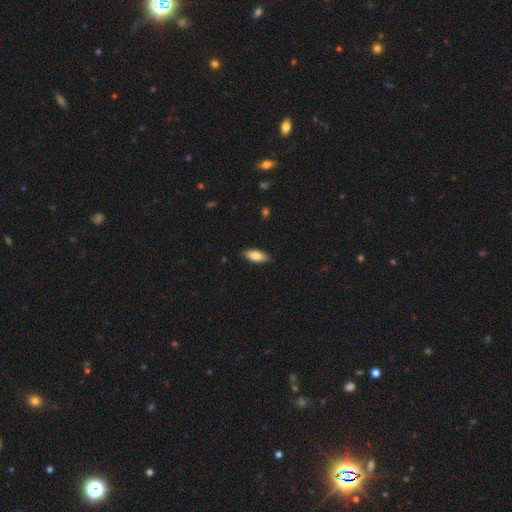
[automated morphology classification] Smooth or featured: smooth — 80% (featured or disk — 14%)
How rounded: in between — 83% (cigar-shaped — 14%)
Merging: none — 88% (minor disturbance — 9%)